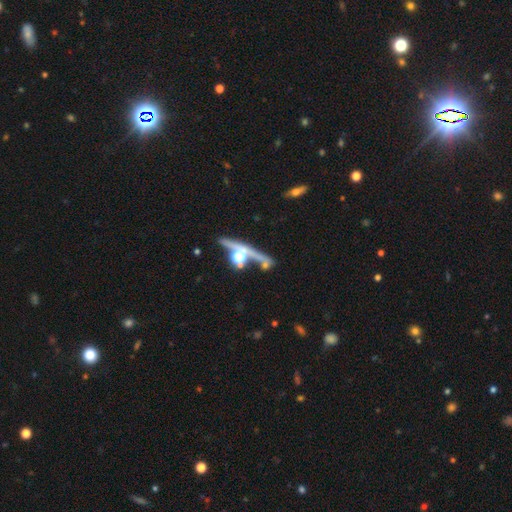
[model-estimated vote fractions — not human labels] This is possibly a featured or disk galaxy (59%). It is clearly viewed edge-on (82%). Merging: possibly none (56%).